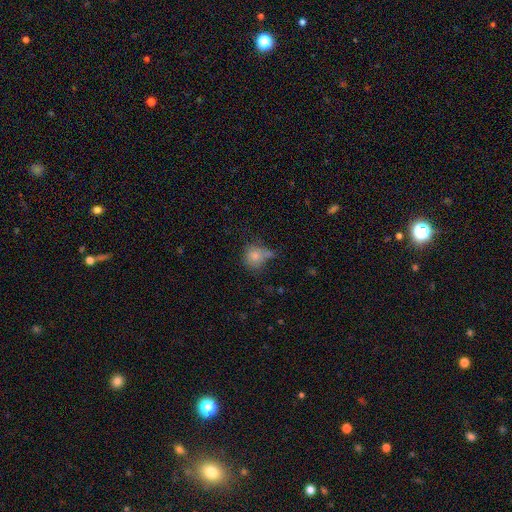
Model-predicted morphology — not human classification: smooth_or_featured: smooth (p=0.76) [alt: featured or disk p=0.12]
how_rounded: round (p=0.80) [alt: in between p=0.19]
merging: none (p=0.50) [alt: minor disturbance p=0.25]